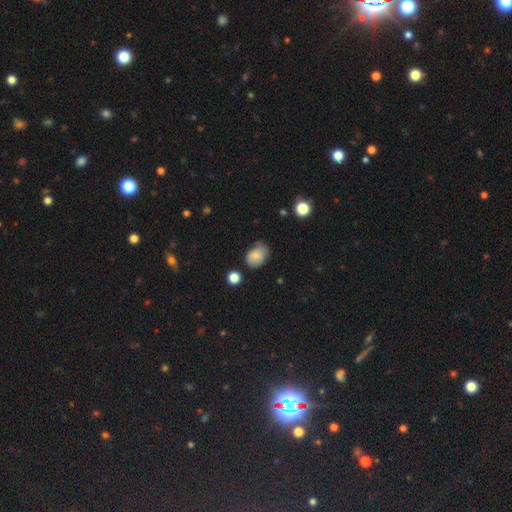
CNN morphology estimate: Overall: smooth (78%). How rounded: in between (73%). Merging: none (51%; minor disturbance 38%).